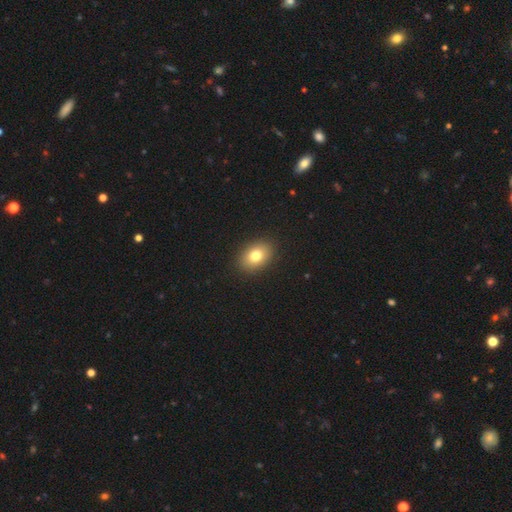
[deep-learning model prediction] This appears to be a smooth galaxy with no disk features (79%) that is in between round and cigar-shaped (74%). Merging: none (90%).